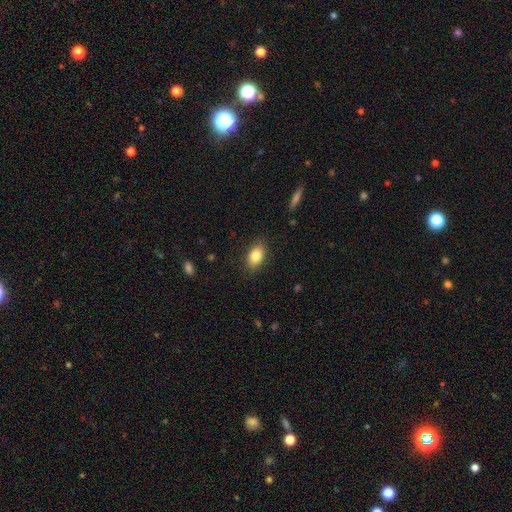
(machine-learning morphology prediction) A smooth galaxy with no disk features (84%) that is in between round and cigar-shaped (87%). Merging: none (86%).